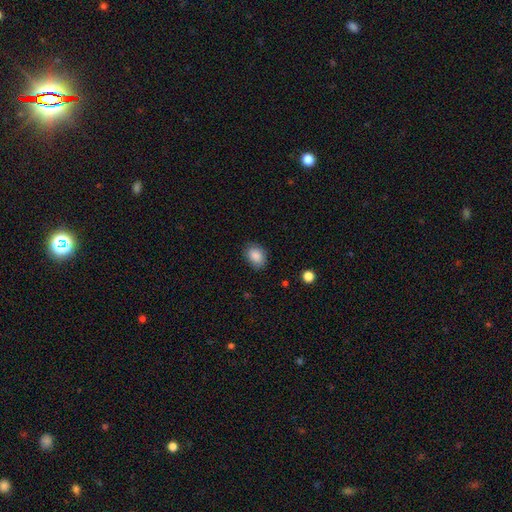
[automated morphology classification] type=smooth (88%); roundness=in between (72%); merging=none (82%).